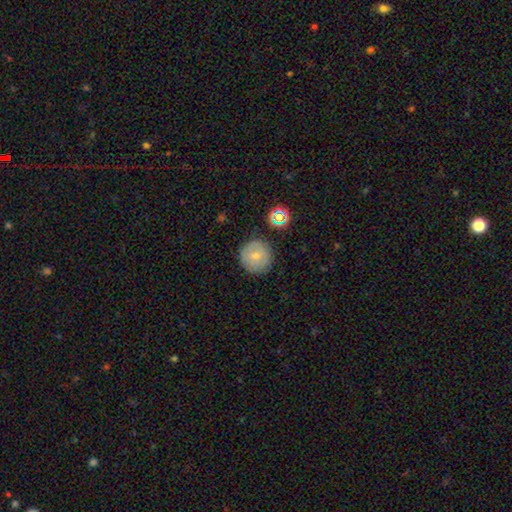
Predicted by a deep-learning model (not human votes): Overall: smooth (69%). How rounded: round (95%). Merging: none (85%).